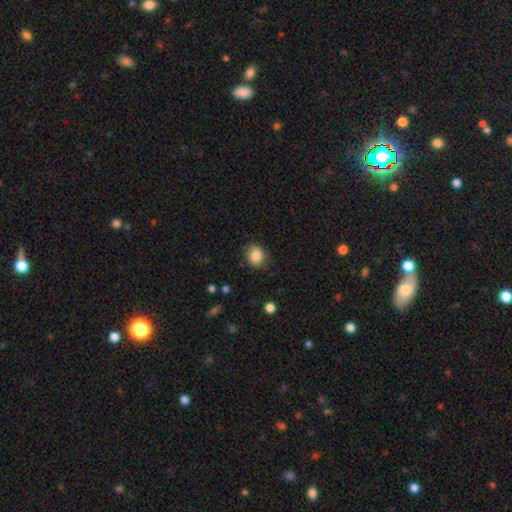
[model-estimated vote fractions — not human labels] This is clearly a smooth galaxy (84%). How rounded: likely round (61%). Merging: likely none (80%).